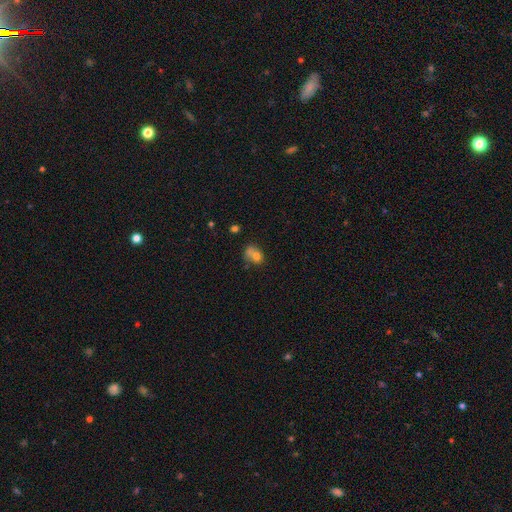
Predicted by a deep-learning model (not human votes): The model was most divided on "how rounded": in between: 50%, round: 49%, cigar-shaped: 1%. Remaining: smooth or featured — smooth (70%); merging — merger (44%).